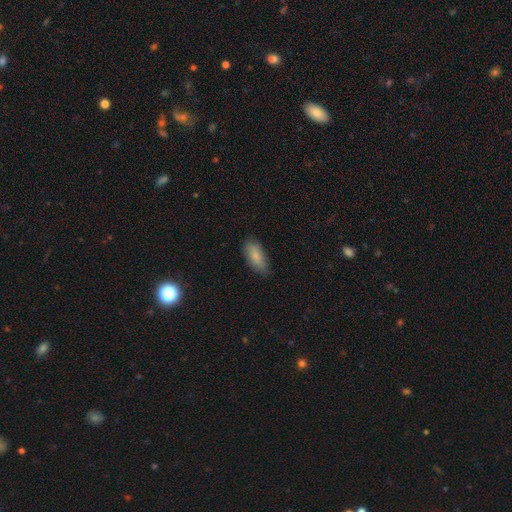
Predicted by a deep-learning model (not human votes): A smooth galaxy with no disk features (85%) that is in between round and cigar-shaped (85%). Merging: none (74%).